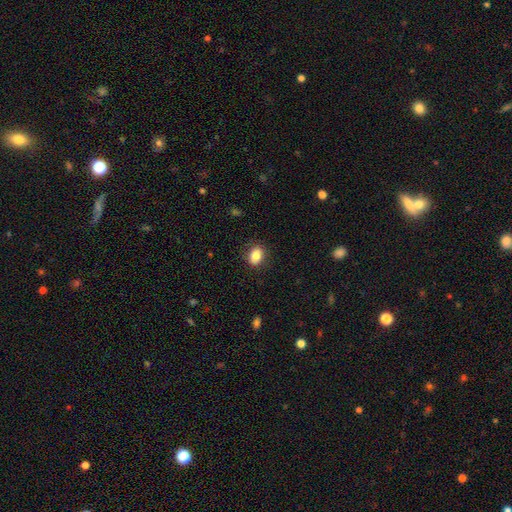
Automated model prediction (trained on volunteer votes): smooth 83%, star or artifact 9%, featured or disk 8%. Down the decision tree: how rounded — in between (66%); merging — none (85%).